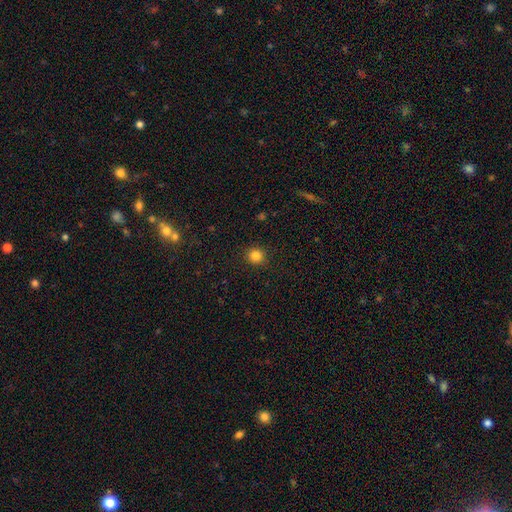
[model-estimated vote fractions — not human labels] A smooth galaxy with no disk features (83%) that is round (91%).

Vote fractions:
- Smooth or featured? smooth: 83% / star or artifact: 12% / featured or disk: 4%
- How rounded? round: 91% / in between: 8% / cigar-shaped: 1%
- Merging? none: 91% / minor disturbance: 6% / major disturbance: 2% / merger: 1%